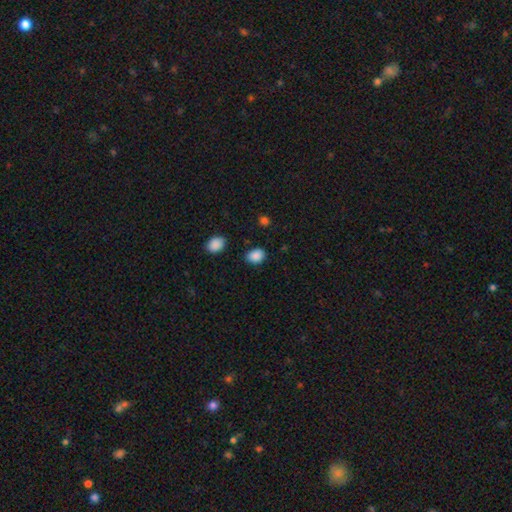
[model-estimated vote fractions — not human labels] This appears to be a smooth galaxy with no disk features (88%) that is in between round and cigar-shaped (59%). Merging: none (82%).